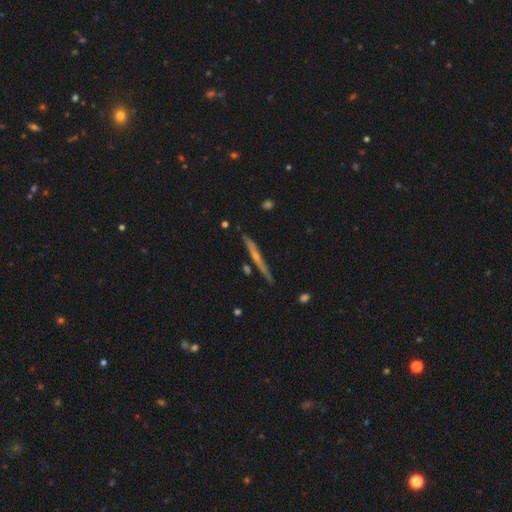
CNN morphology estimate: Overall: featured or disk (69%). Edge-on disk: yes (97%). Edge-on bulge: rounded (60%; none 36%). Merging: none (86%).